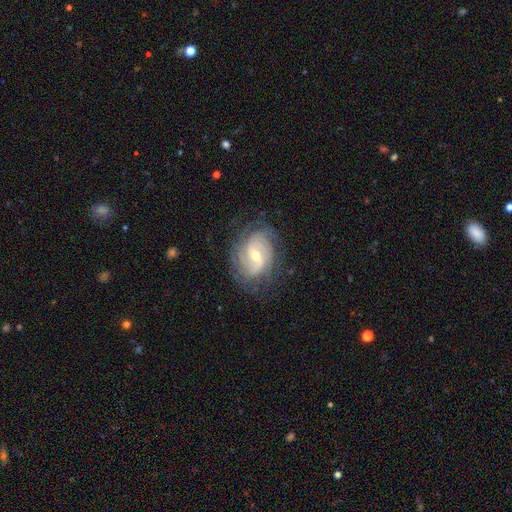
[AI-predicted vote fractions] A featured or disk galaxy (87%) with a weak bar (49%), tight (65%) spiral arms (97%) and a moderate central bulge (53%).

Vote fractions:
- Smooth or featured? featured or disk: 87% / smooth: 7% / star or artifact: 6%
- Edge-on disk? no: 97% / yes: 3%
- Bar? weak: 49% / no: 30% / strong: 21%
- Spiral arms? yes: 97% / no: 3%
- Spiral winding? tight: 65% / medium: 28% / loose: 7%
- Spiral arm count? can't tell: 28% / 3: 24% / 2: 23% / 4: 15% / more than 4: 6% / 1: 5%
- Bulge size? moderate: 53% / small: 43% / large: 2% / none: 1% / dominant: 1%
- Merging? none: 76% / minor disturbance: 17% / major disturbance: 7% / merger: 1%